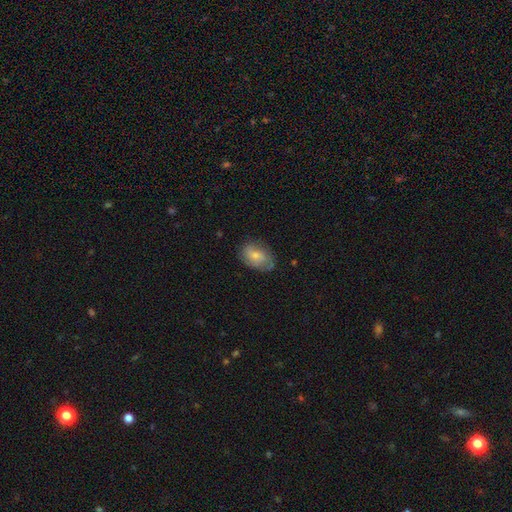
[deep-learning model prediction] smooth 67%, featured or disk 26%, star or artifact 7%. Down the decision tree: how rounded — in between (84%); merging — none (67%).